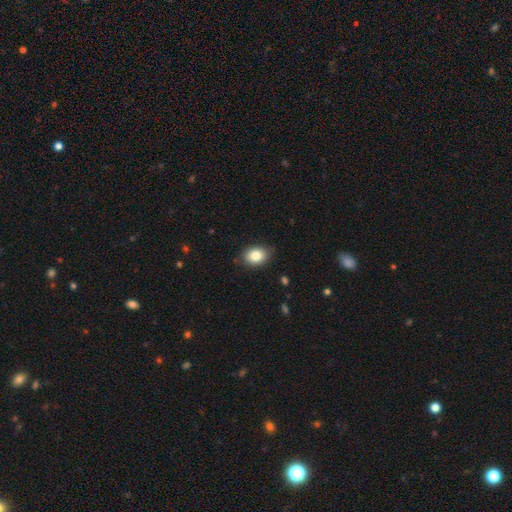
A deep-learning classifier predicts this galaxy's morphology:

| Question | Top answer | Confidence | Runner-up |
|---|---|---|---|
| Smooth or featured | smooth | 83% | star or artifact (9%) |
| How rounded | in between | 70% | round (29%) |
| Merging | none | 82% | minor disturbance (14%) |